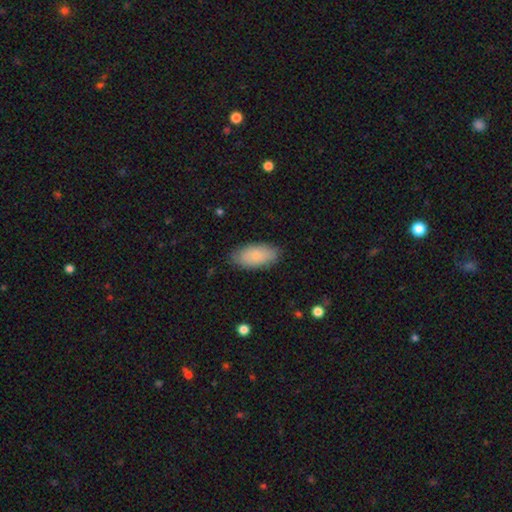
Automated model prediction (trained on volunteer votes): This appears to be a smooth galaxy with no disk features (81%) that is in between round and cigar-shaped (93%). Merging: none (83%).